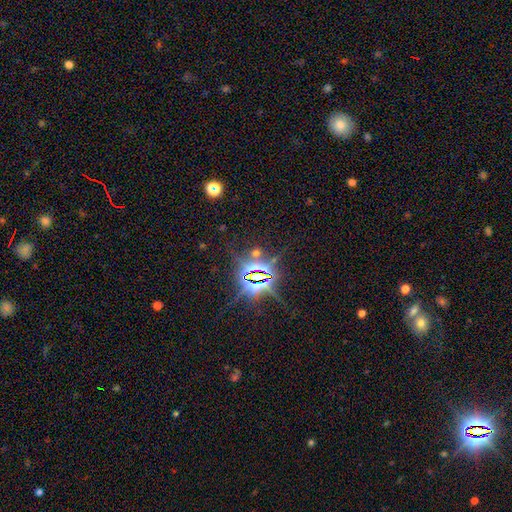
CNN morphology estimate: type=star or artifact (85%).